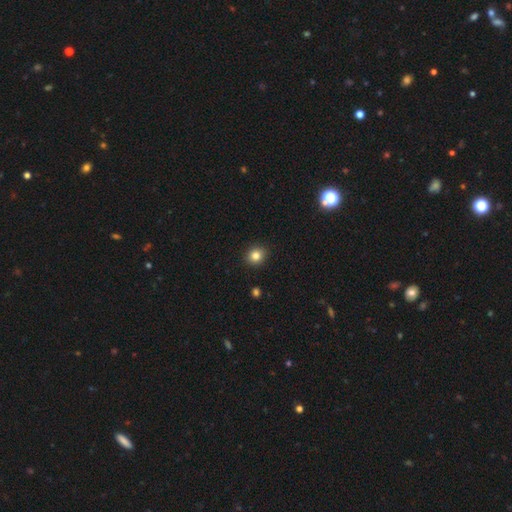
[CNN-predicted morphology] Smooth or featured: smooth — 83% (star or artifact — 11%)
How rounded: round — 79% (in between — 20%)
Merging: none — 91% (minor disturbance — 6%)